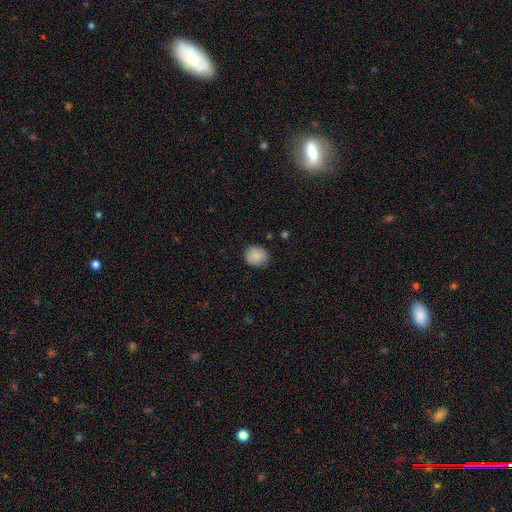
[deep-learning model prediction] This is clearly a smooth galaxy (87%). How rounded: clearly round (83%). Merging: clearly none (84%).